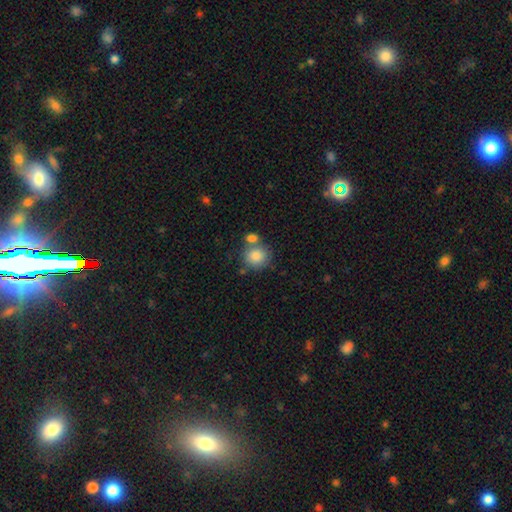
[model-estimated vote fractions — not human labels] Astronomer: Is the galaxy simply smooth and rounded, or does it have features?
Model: smooth — 83%.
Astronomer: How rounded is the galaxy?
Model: round — 85%.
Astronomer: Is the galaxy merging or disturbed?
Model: none — 55% (runner-up: merger, 30%).